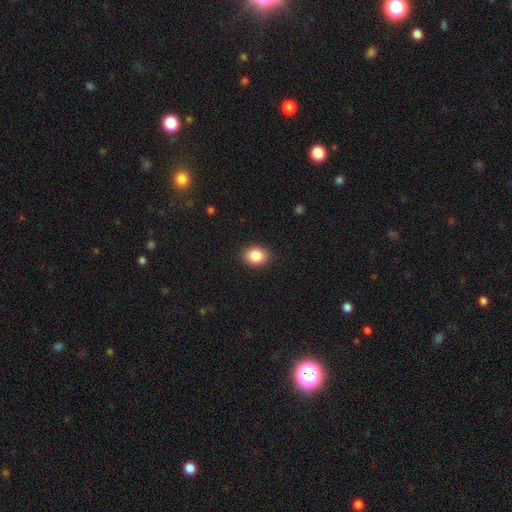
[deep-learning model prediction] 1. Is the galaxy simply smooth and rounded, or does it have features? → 86% smooth, 8% star or artifact, 5% featured or disk.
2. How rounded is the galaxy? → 55% in between, 44% round, 1% cigar-shaped.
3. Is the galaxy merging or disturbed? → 89% none, 8% minor disturbance, 2% major disturbance, 1% merger.